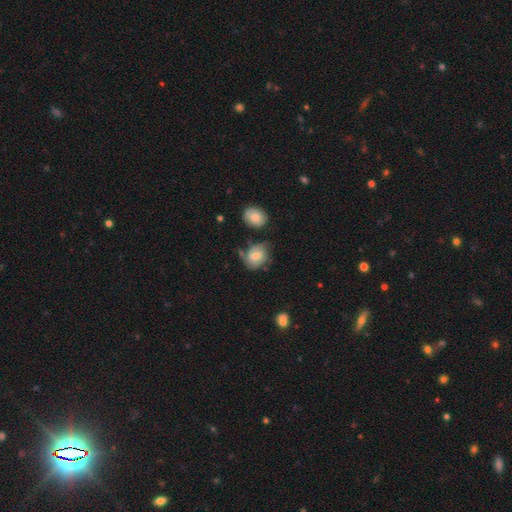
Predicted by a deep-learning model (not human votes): Q: Smooth or featured?
A: smooth (52%); runner-up: featured or disk (40%)
Q: How rounded?
A: in between (58%); runner-up: round (41%)
Q: Merging?
A: none (47%); runner-up: minor disturbance (30%)